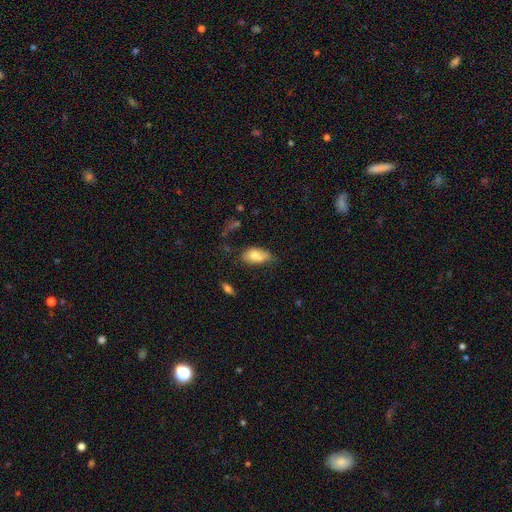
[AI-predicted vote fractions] Overall: smooth (74%). How rounded: in between (90%). Merging: none (40%; minor disturbance 34%).